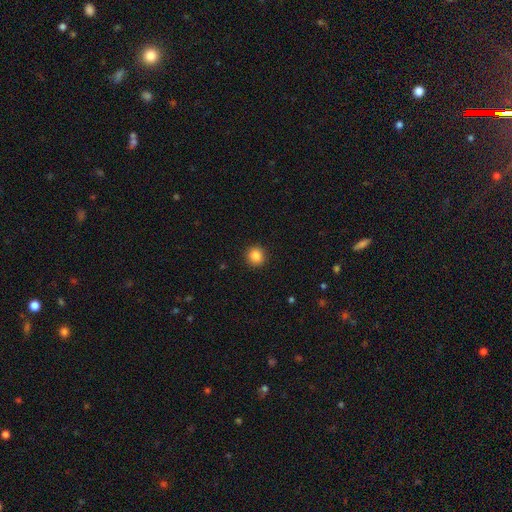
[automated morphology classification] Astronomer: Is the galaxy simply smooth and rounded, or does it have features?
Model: smooth — 86%.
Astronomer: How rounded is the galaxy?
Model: round — 92%.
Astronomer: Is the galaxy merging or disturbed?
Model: none — 92%.